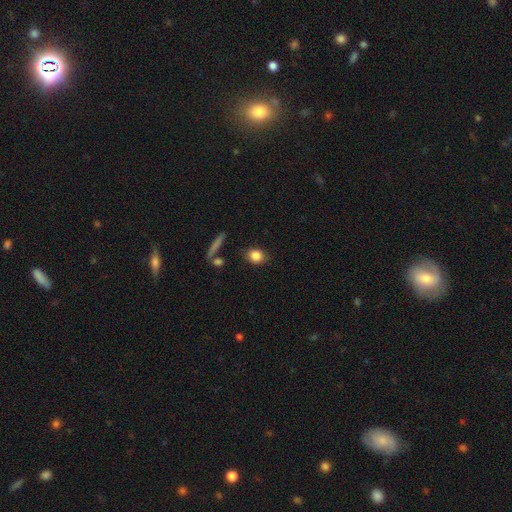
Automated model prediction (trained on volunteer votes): A smooth galaxy with no disk features (85%) that is round (50%).

Vote fractions:
- Smooth or featured? smooth: 85% / star or artifact: 9% / featured or disk: 6%
- How rounded? round: 50% / in between: 47% / cigar-shaped: 3%
- Merging? none: 83% / minor disturbance: 10% / merger: 4% / major disturbance: 3%